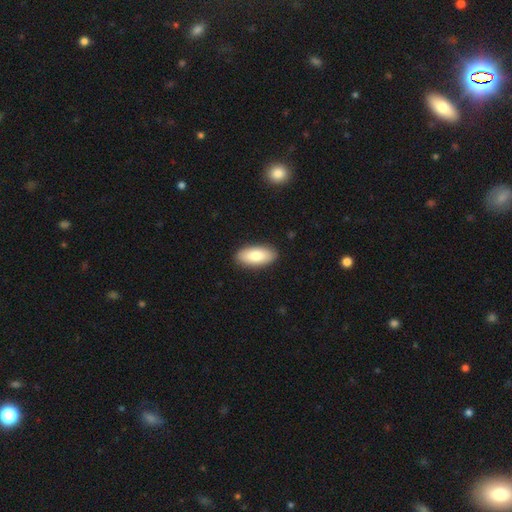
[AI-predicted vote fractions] Smooth or featured: smooth — 83% (featured or disk — 12%)
How rounded: in between — 89% (cigar-shaped — 8%)
Merging: none — 90% (minor disturbance — 8%)